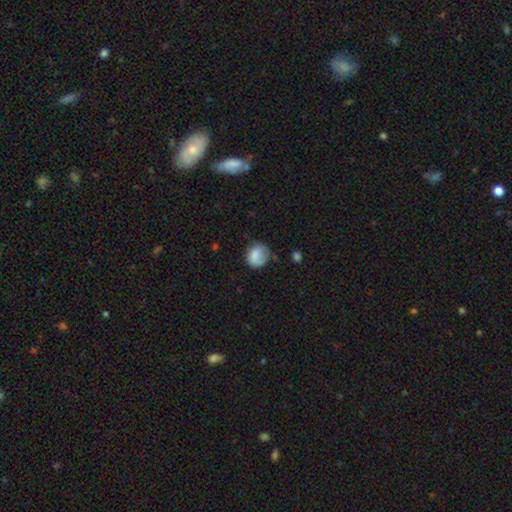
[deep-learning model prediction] smooth-or-featured: smooth: 83% | featured or disk: 9% | star or artifact: 8%
  how-rounded: round: 76% | in between: 23% | cigar-shaped: 1%
  merging: none: 63% | minor disturbance: 26% | major disturbance: 9% | merger: 2%